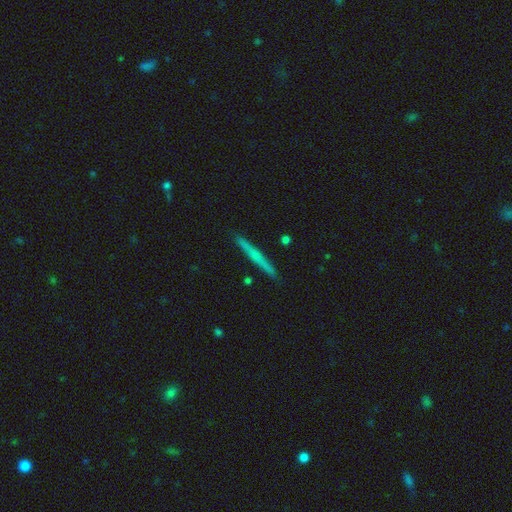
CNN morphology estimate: A smooth galaxy with no disk features (50%).

Vote fractions:
- Smooth or featured? smooth: 50% / featured or disk: 44% / star or artifact: 6%
- Merging? none: 91% / minor disturbance: 6% / merger: 1% / major disturbance: 1%